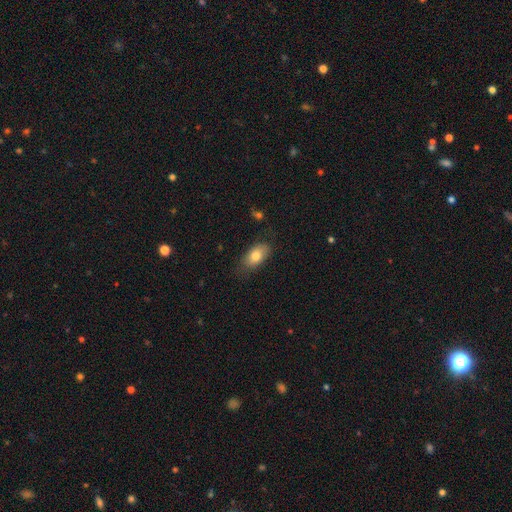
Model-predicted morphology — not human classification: Smooth or featured? Predicted: smooth (p=0.79). How rounded? Predicted: in between (p=0.89). Merging? Predicted: none (p=0.76).